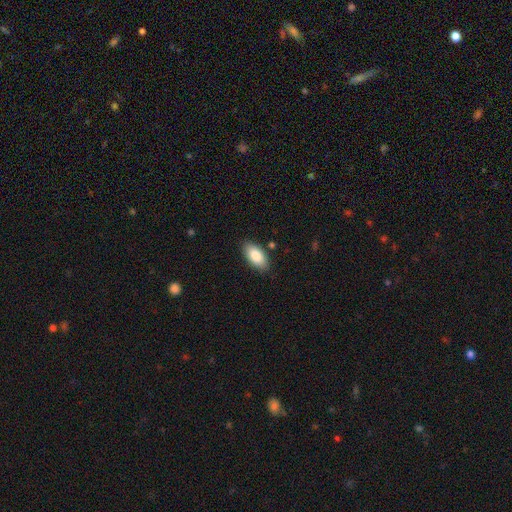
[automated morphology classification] This is clearly a smooth galaxy (84%). How rounded: clearly in between (93%). Merging: clearly none (86%).